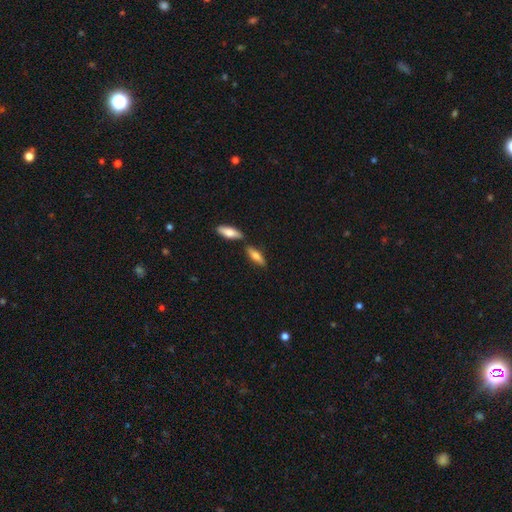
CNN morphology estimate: Smooth or featured? Predicted: smooth (p=0.68). How rounded? Predicted: cigar-shaped (p=0.52). Merging? Predicted: none (p=0.72).